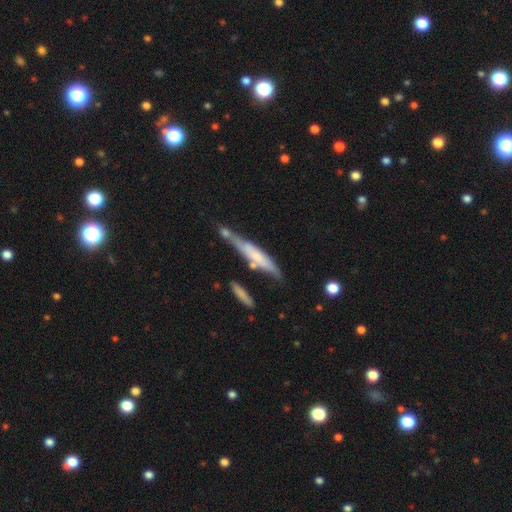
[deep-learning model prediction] The model was most divided on "smooth or featured": featured or disk: 47%, smooth: 46%, star or artifact: 7%. Remaining: merging — none (49%).